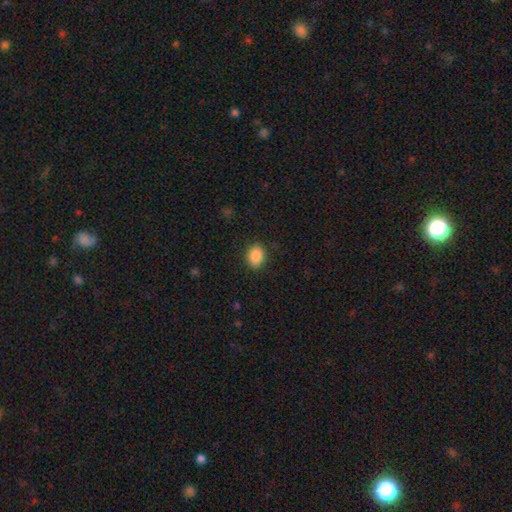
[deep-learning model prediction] A smooth galaxy with no disk features (88%) that is in between round and cigar-shaped (54%).

Vote fractions:
- Smooth or featured? smooth: 88% / star or artifact: 8% / featured or disk: 4%
- How rounded? in between: 54% / round: 45% / cigar-shaped: 1%
- Merging? none: 86% / minor disturbance: 10% / major disturbance: 3% / merger: 1%